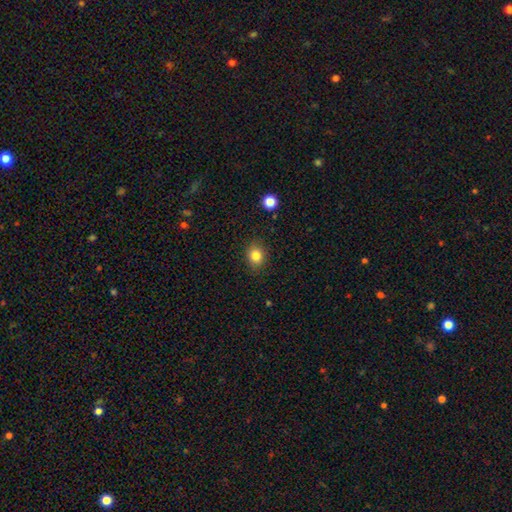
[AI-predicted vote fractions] Q: Smooth or featured?
A: smooth (83%); runner-up: star or artifact (11%)
Q: How rounded?
A: round (55%); runner-up: in between (44%)
Q: Merging?
A: none (86%); runner-up: minor disturbance (10%)